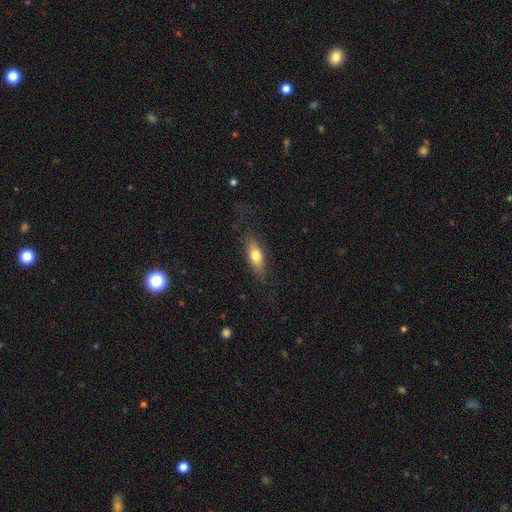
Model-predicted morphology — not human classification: This appears to be a smooth galaxy with no disk features (68%) that is in between round and cigar-shaped (64%). Merging: none (77%).